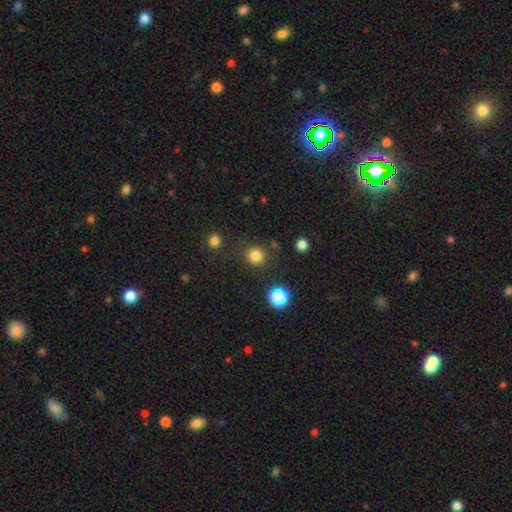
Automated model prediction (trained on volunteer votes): Morphology: type=smooth (83%); roundness=round (93%); merging=none (85%).